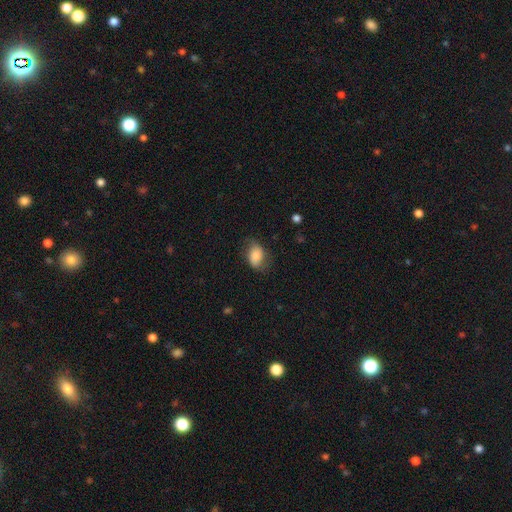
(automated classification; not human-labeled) Morphology: type=smooth (77%); roundness=in between (84%); merging=none (61%).